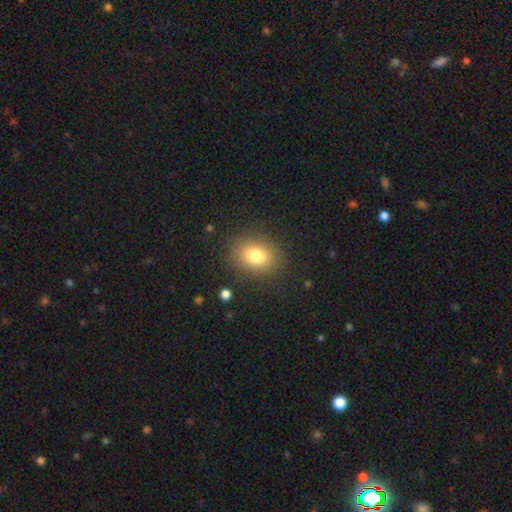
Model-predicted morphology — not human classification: Smooth or featured? Predicted: smooth (p=0.79). How rounded? Predicted: in between (p=0.55). Merging? Predicted: none (p=0.86).